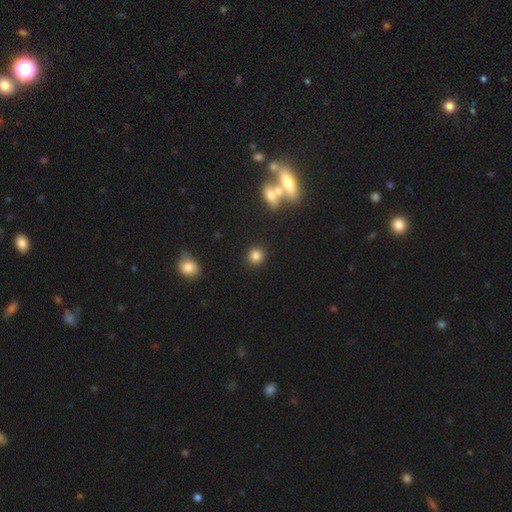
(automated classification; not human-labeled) smooth-or-featured: smooth: 82% | star or artifact: 12% | featured or disk: 6%
  how-rounded: round: 89% | in between: 10% | cigar-shaped: 1%
  merging: none: 88% | minor disturbance: 6% | merger: 4% | major disturbance: 3%